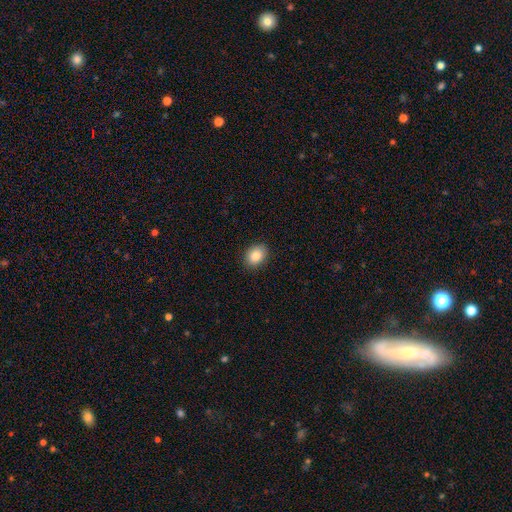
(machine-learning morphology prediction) Smooth or featured? smooth (87%)
How rounded? in between (66%)
Merging? none (88%)